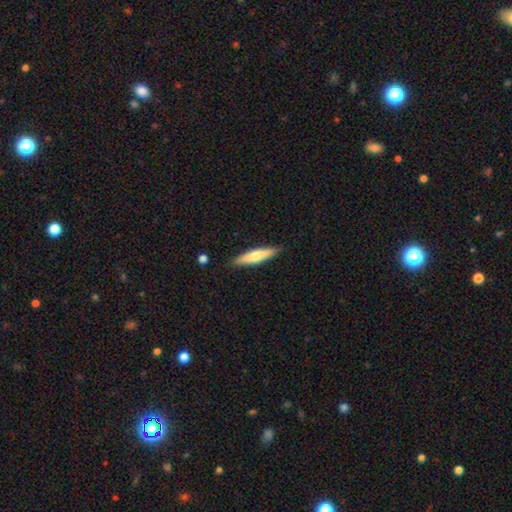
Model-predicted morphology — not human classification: Smooth or featured: smooth — 59% (featured or disk — 35%)
How rounded: cigar-shaped — 79% (in between — 19%)
Merging: none — 88% (minor disturbance — 9%)